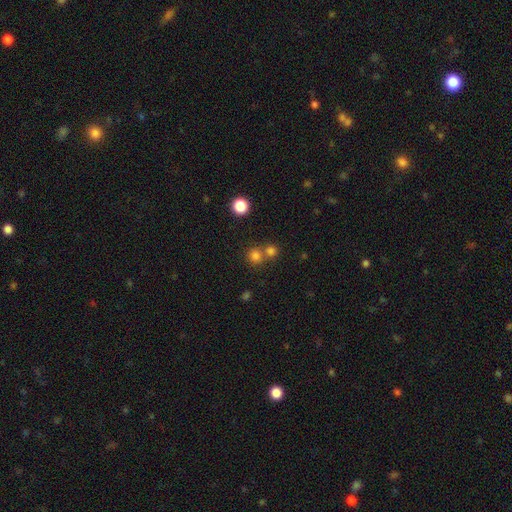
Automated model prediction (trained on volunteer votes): This appears to be a smooth galaxy with no disk features (77%) that is round (88%). Merging: none (58%).